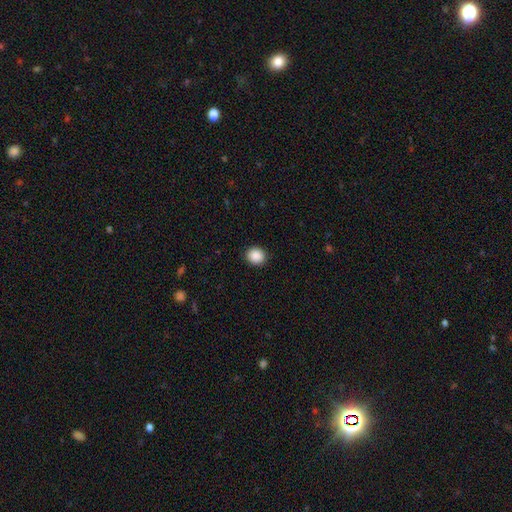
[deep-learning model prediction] Smooth or featured? smooth (89%)
How rounded? round (86%)
Merging? none (92%)